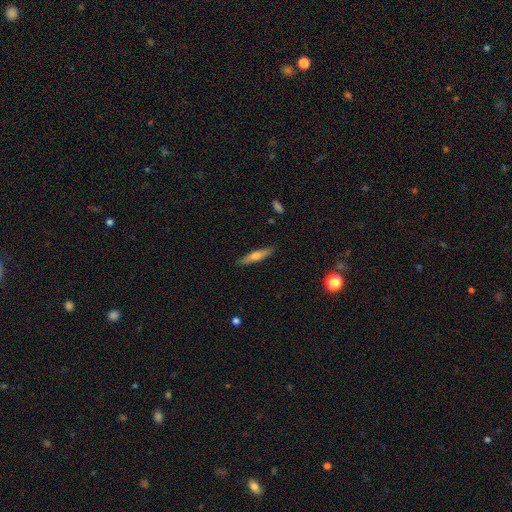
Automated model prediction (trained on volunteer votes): Smooth or featured?
  - smooth: 51% *
  - featured or disk: 43%
  - star or artifact: 6%
How rounded?
  - cigar-shaped: 85% *
  - in between: 13%
  - round: 2%
Merging?
  - none: 88% *
  - minor disturbance: 9%
  - major disturbance: 2%
  - merger: 1%